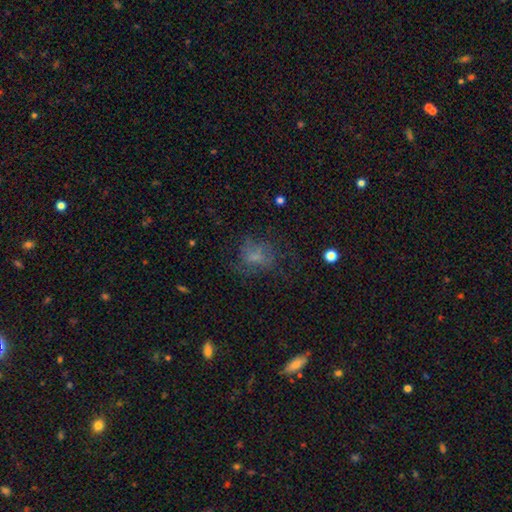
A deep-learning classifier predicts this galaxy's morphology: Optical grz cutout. It shows a smooth galaxy with no disk features (48%). Merging: none (51%).